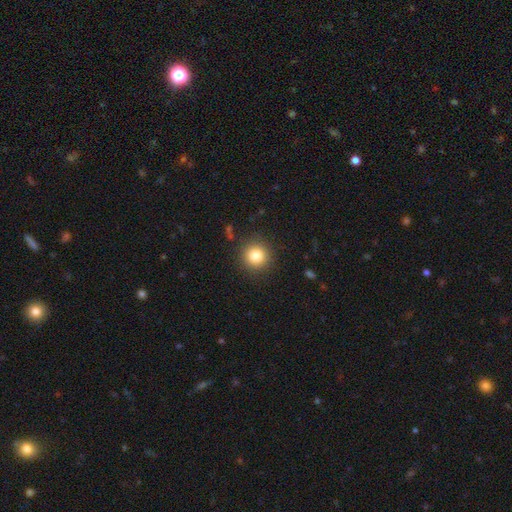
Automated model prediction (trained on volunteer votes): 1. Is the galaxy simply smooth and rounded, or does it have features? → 83% smooth, 11% star or artifact, 6% featured or disk.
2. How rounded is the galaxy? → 94% round, 5% in between, 1% cigar-shaped.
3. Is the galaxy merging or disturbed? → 89% none, 7% minor disturbance, 3% major disturbance, 1% merger.